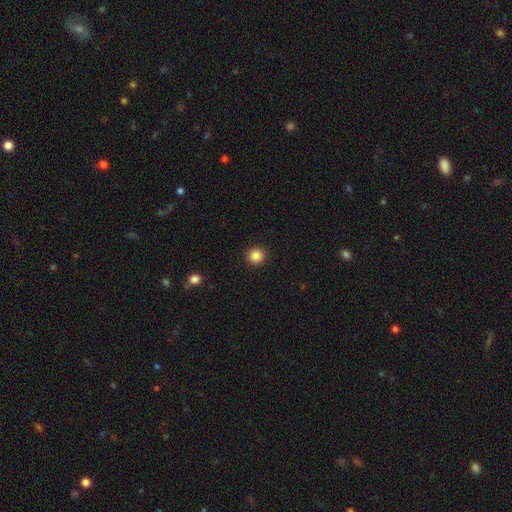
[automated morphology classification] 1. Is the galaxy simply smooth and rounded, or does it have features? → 86% smooth, 10% star or artifact, 3% featured or disk.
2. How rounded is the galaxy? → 94% round, 5% in between, 1% cigar-shaped.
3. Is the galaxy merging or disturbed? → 93% none, 4% minor disturbance, 2% major disturbance, 1% merger.